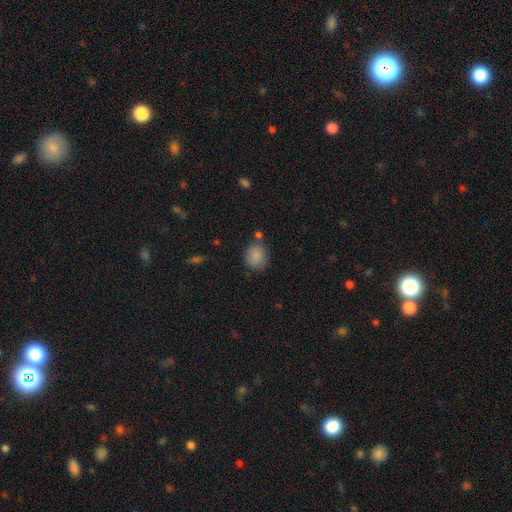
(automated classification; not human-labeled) smooth_or_featured: smooth (p=0.87) [alt: star or artifact p=0.08]
how_rounded: round (p=0.74) [alt: in between p=0.25]
merging: none (p=0.71) [alt: minor disturbance p=0.16]